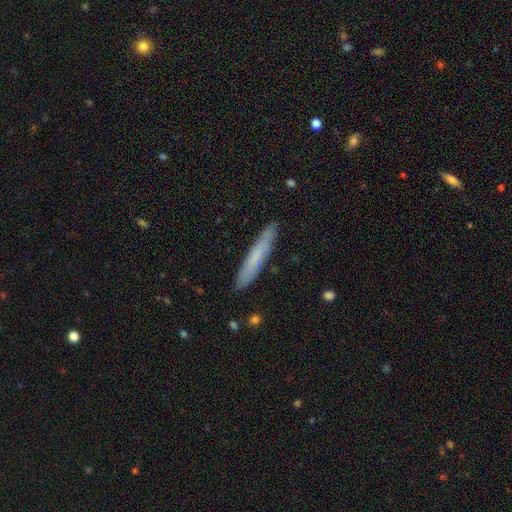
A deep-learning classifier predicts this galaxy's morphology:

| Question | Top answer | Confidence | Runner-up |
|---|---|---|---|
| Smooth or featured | smooth | 62% | featured or disk (30%) |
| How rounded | cigar-shaped | 95% | in between (4%) |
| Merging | none | 89% | minor disturbance (8%) |